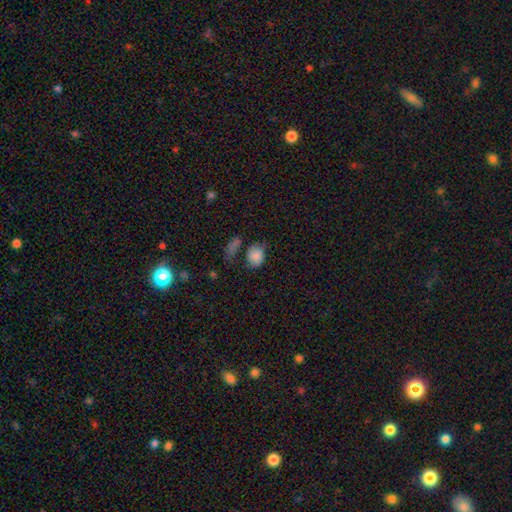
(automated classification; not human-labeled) Q: Smooth or featured?
A: smooth (80%); runner-up: star or artifact (10%)
Q: How rounded?
A: in between (54%); runner-up: round (45%)
Q: Merging?
A: none (48%); runner-up: minor disturbance (24%)